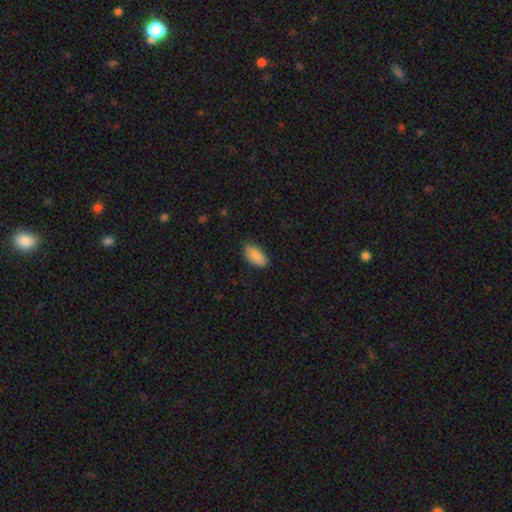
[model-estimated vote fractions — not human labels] Morphology: type=smooth (89%); roundness=in between (93%); merging=none (77%).